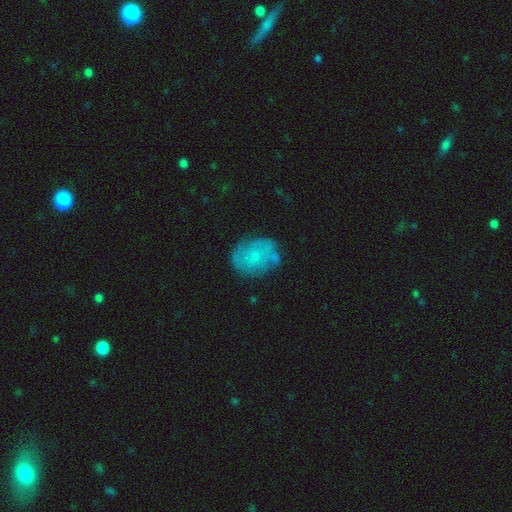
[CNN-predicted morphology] Overall: featured or disk (49%; smooth 42%). Merging: none (68%).